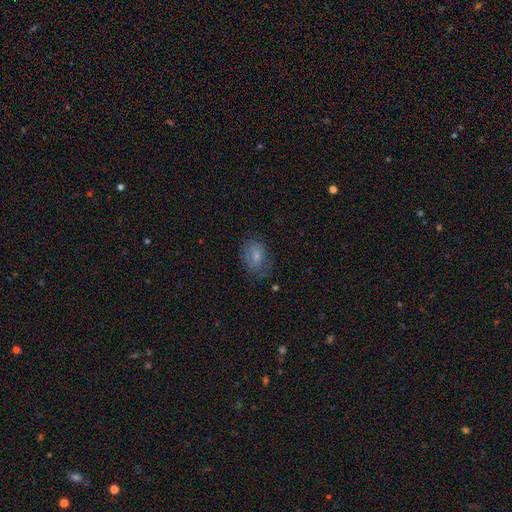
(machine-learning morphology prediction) smooth_or_featured: smooth (p=0.71) [alt: featured or disk p=0.19]
how_rounded: in between (p=0.79) [alt: round p=0.20]
merging: none (p=0.65) [alt: minor disturbance p=0.24]